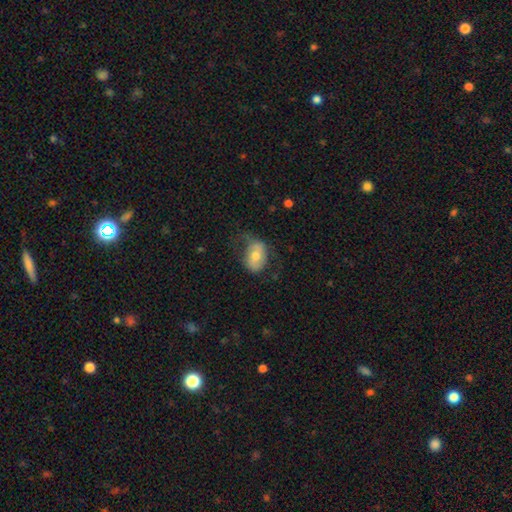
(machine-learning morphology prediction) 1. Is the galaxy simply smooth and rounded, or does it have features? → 55% smooth, 37% featured or disk, 8% star or artifact.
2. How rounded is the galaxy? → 81% in between, 18% round, 1% cigar-shaped.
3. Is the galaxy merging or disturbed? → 53% none, 28% minor disturbance, 18% major disturbance, 2% merger.